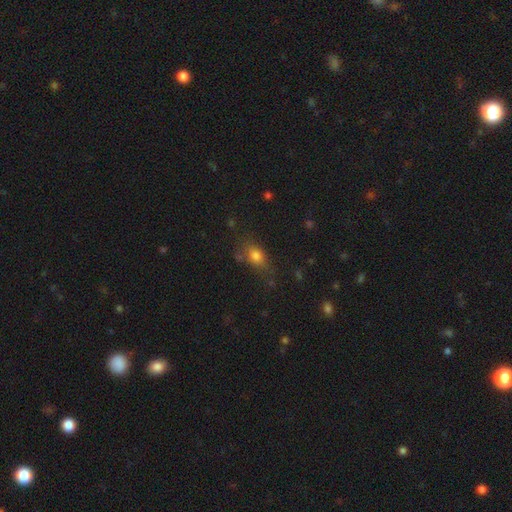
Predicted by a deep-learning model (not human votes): Smooth or featured?
  - smooth: 78% *
  - star or artifact: 12%
  - featured or disk: 10%
How rounded?
  - in between: 72% *
  - round: 23%
  - cigar-shaped: 5%
Merging?
  - none: 66% *
  - minor disturbance: 21%
  - major disturbance: 8%
  - merger: 5%